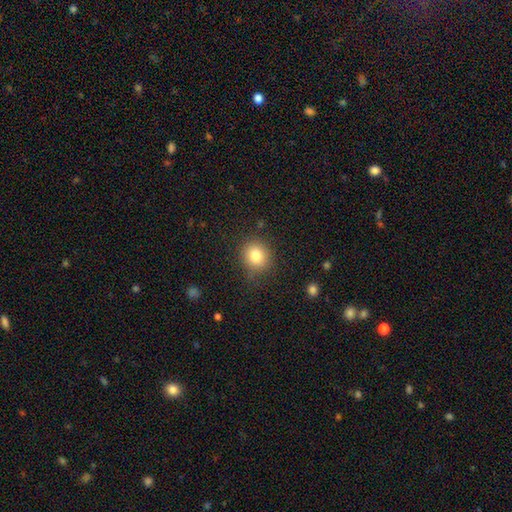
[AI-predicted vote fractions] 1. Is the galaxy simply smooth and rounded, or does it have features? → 81% smooth, 11% star or artifact, 8% featured or disk.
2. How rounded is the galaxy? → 82% round, 17% in between, 1% cigar-shaped.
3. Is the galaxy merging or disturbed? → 82% none, 13% minor disturbance, 4% major disturbance, 1% merger.